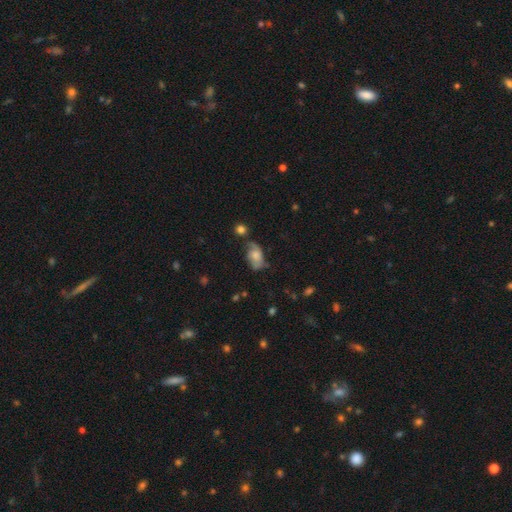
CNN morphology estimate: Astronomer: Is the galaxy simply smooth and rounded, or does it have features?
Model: smooth — 48% (runner-up: featured or disk, 43%).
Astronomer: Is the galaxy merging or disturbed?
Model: none — 42% (runner-up: minor disturbance, 31%).